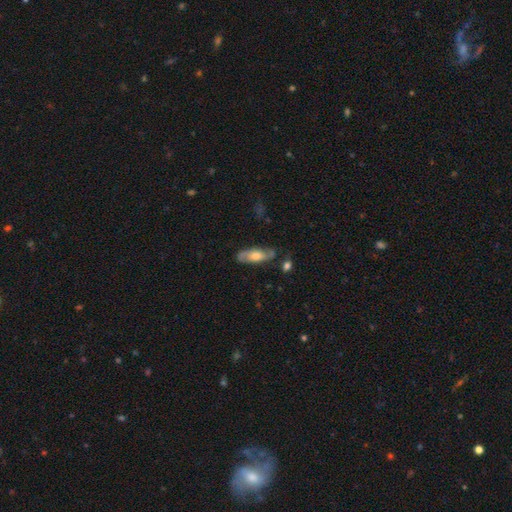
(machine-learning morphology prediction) Smooth or featured? featured or disk (53%)
Edge-on disk? no (75%)
Merging? none (74%)